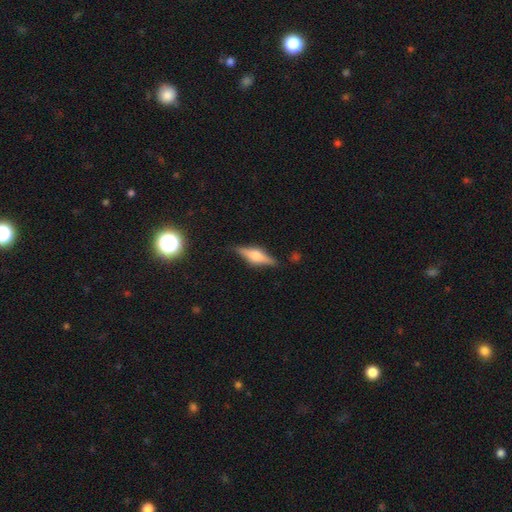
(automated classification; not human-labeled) This is likely a featured or disk galaxy (65%). It is clearly viewed edge-on (96%). Edge-on bulge: clearly rounded (84%). Merging: clearly none (84%).